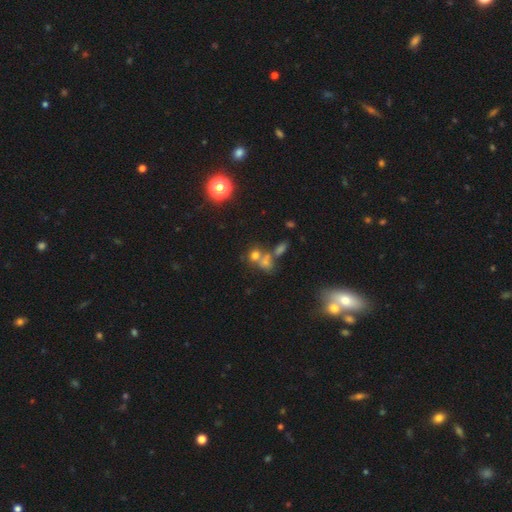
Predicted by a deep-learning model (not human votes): Smooth or featured: smooth — 63% (star or artifact — 22%)
How rounded: round — 70% (in between — 28%)
Merging: merger — 48% (none — 38%)